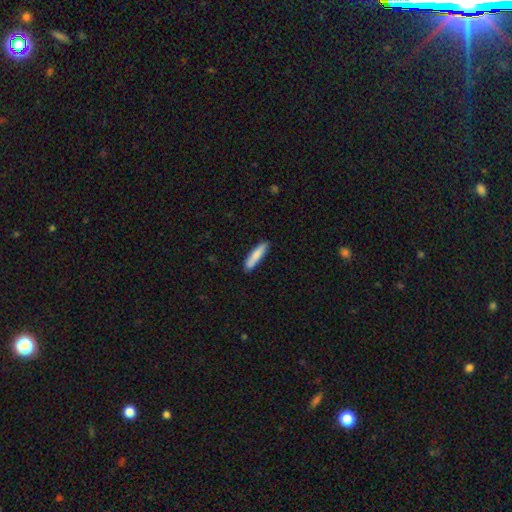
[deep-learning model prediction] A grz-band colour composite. It shows a smooth galaxy with no disk features (83%) that is cigar-shaped (83%). Merging: none (87%).